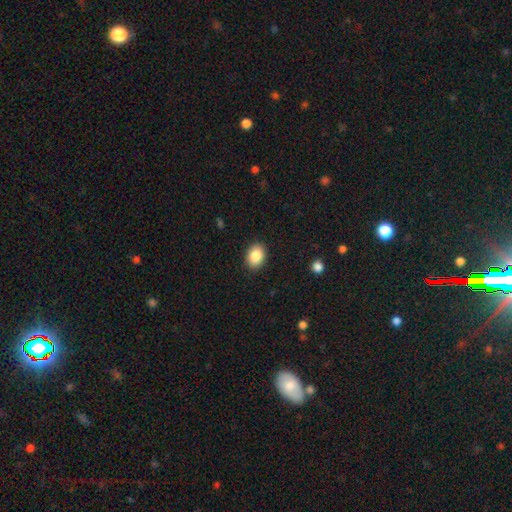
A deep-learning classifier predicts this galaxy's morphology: smooth 87%, star or artifact 8%, featured or disk 6%. Down the decision tree: how rounded — in between (71%); merging — none (89%).